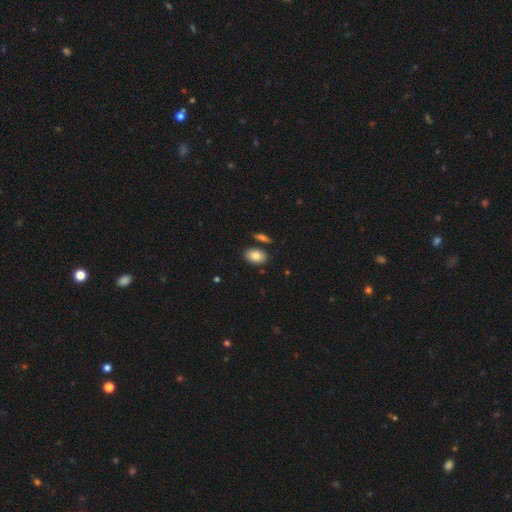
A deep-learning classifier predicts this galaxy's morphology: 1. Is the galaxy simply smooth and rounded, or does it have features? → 83% smooth, 9% featured or disk, 7% star or artifact.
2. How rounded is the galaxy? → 89% in between, 9% round, 2% cigar-shaped.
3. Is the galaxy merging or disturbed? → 80% none, 10% minor disturbance, 7% merger, 3% major disturbance.